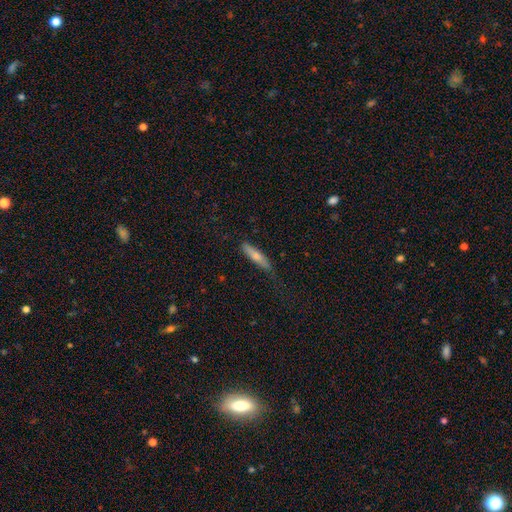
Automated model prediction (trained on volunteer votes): smooth-or-featured: smooth: 68% | featured or disk: 26% | star or artifact: 6%
  how-rounded: cigar-shaped: 82% | in between: 17% | round: 2%
  merging: none: 67% | minor disturbance: 25% | major disturbance: 6% | merger: 2%